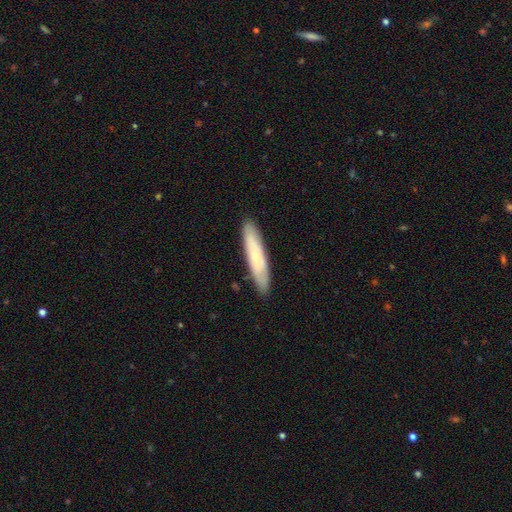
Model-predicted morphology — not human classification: Smooth or featured?
  - smooth: 59% *
  - featured or disk: 35%
  - star or artifact: 6%
How rounded?
  - cigar-shaped: 86% *
  - in between: 13%
  - round: 1%
Merging?
  - none: 88% *
  - minor disturbance: 10%
  - major disturbance: 2%
  - merger: 1%